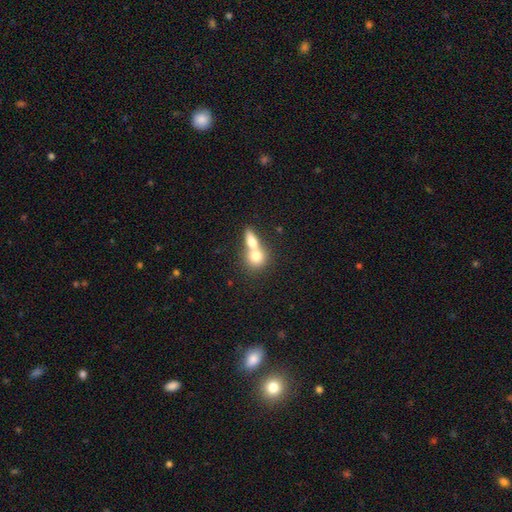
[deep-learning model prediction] Overall: smooth (72%). How rounded: round (61%; in between 34%). Merging: merger (68%).